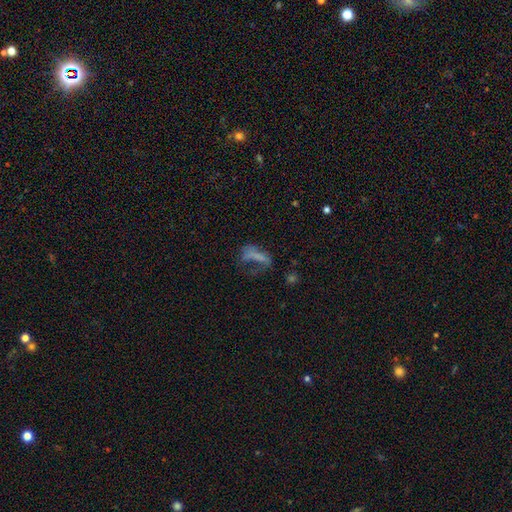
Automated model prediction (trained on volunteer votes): Smooth or featured? smooth (54%)
How rounded? in between (53%)
Merging? major disturbance (46%)